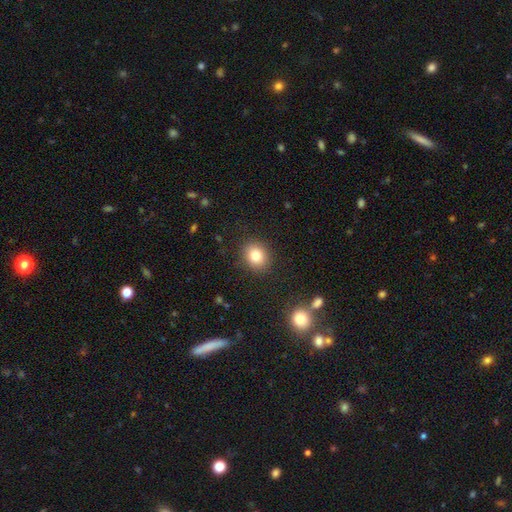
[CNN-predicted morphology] This is clearly a smooth galaxy (81%). How rounded: likely round (66%). Merging: clearly none (88%).